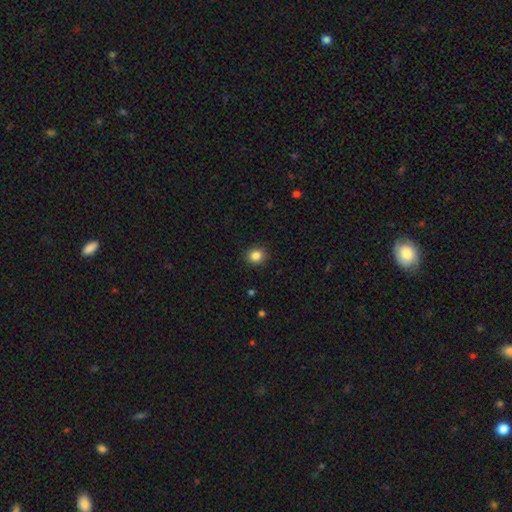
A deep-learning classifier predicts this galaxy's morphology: Smooth or featured? smooth (85%)
How rounded? round (80%)
Merging? none (91%)